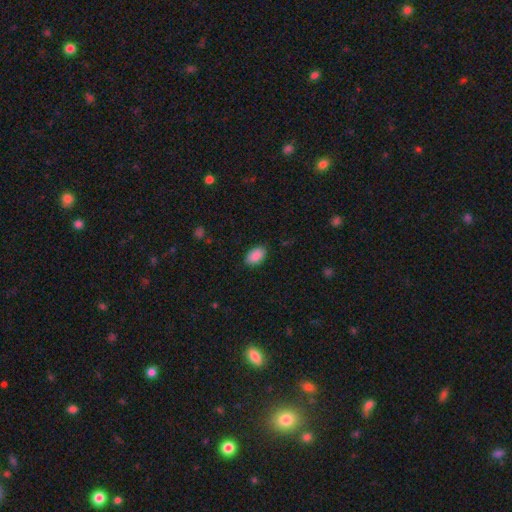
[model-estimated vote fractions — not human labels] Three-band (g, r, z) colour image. It shows a smooth galaxy with no disk features (90%) that is in between round and cigar-shaped (93%). Merging: none (87%).